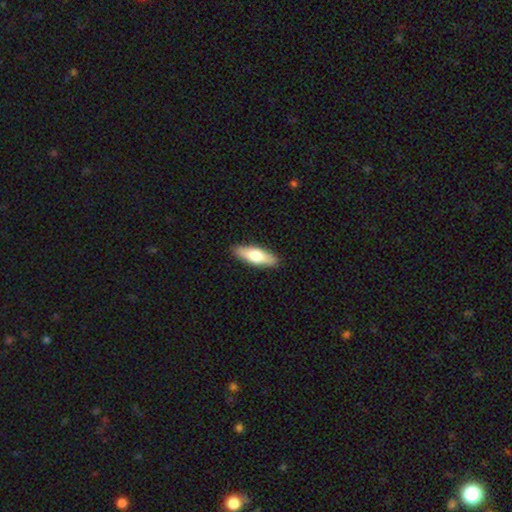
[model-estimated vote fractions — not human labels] A smooth galaxy with no disk features (69%) that is in between round and cigar-shaped (50%).

Vote fractions:
- Smooth or featured? smooth: 69% / featured or disk: 26% / star or artifact: 5%
- How rounded? in between: 50% / cigar-shaped: 48% / round: 2%
- Merging? none: 90% / minor disturbance: 8% / major disturbance: 2% / merger: 1%